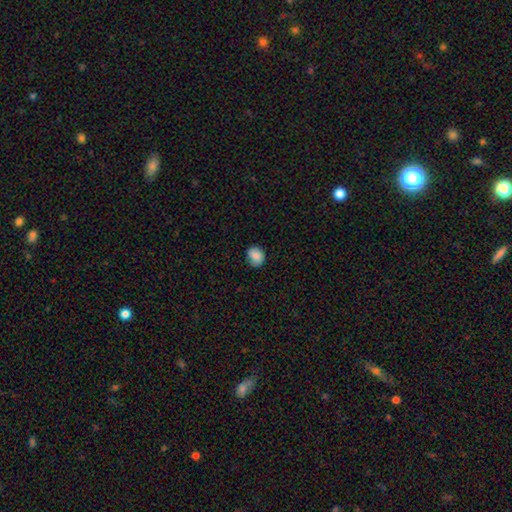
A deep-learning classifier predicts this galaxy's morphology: The model was most divided on "how rounded": round: 67%, in between: 32%, cigar-shaped: 1%. More confident: smooth or featured — smooth (85%); merging — none (75%).